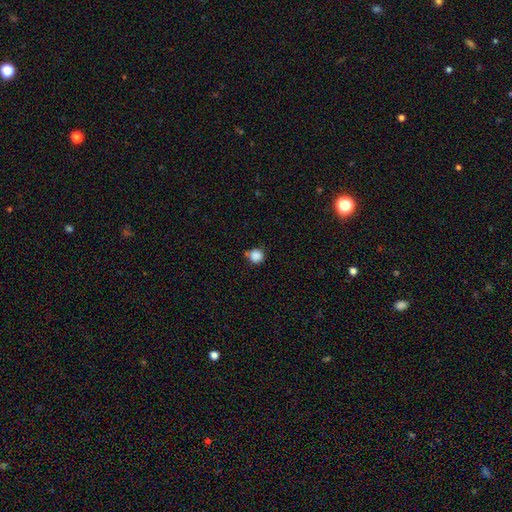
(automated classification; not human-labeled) The model was most divided on "merging": none: 65%, minor disturbance: 23%, merger: 7%, major disturbance: 5%. More confident: how rounded — round (91%); smooth or featured — smooth (86%).